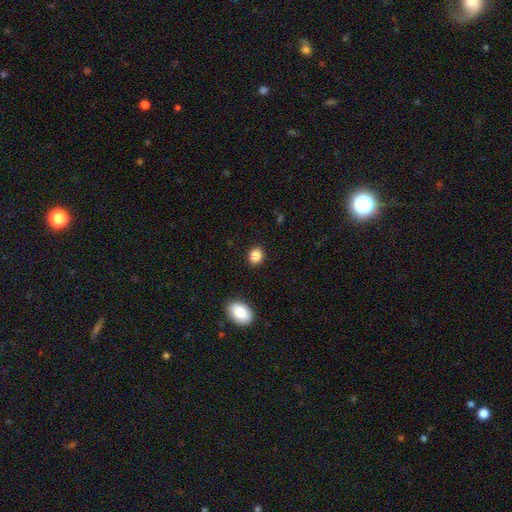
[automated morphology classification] This appears to be a smooth galaxy with no disk features (87%) that is round (60%). Merging: none (89%).